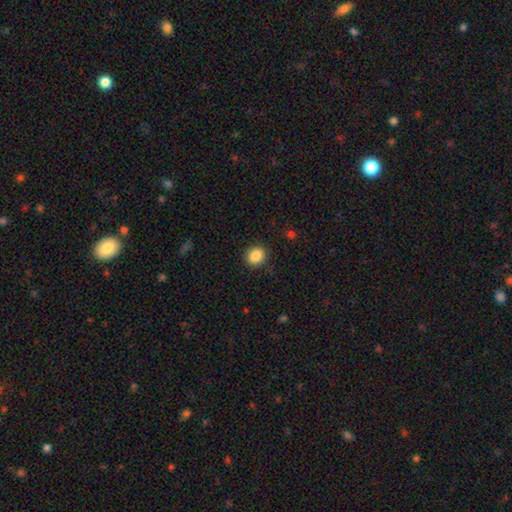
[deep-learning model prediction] This appears to be a smooth galaxy with no disk features (87%) that is round (72%). Merging: none (89%).